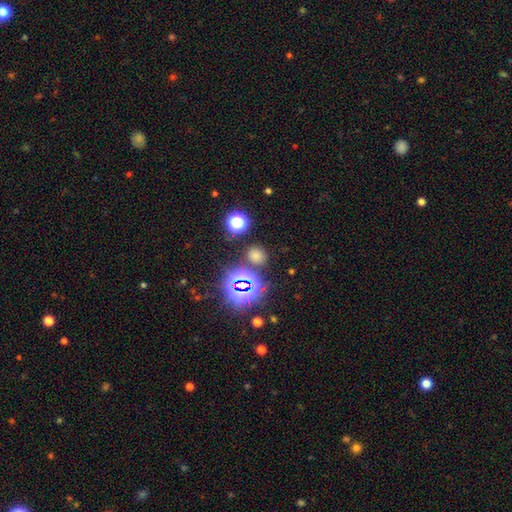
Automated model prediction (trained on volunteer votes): Q: Smooth or featured?
A: smooth (59%); runner-up: star or artifact (35%)
Q: How rounded?
A: round (77%); runner-up: in between (22%)
Q: Merging?
A: none (81%); runner-up: minor disturbance (9%)